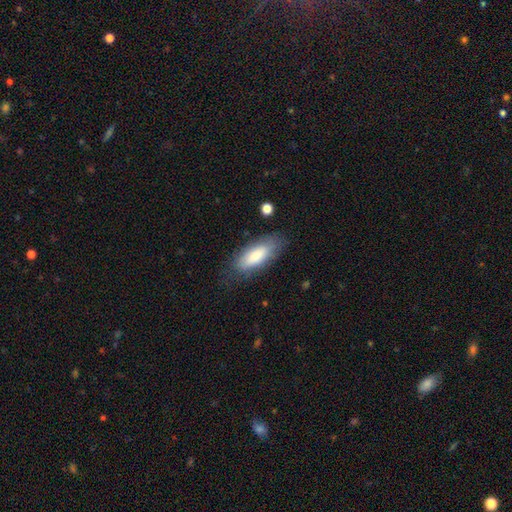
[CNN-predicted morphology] Smooth or featured: smooth — 77% (featured or disk — 17%)
How rounded: in between — 74% (cigar-shaped — 24%)
Merging: none — 75% (minor disturbance — 17%)